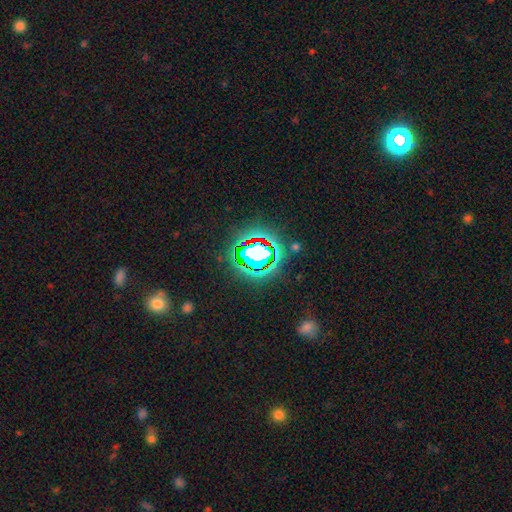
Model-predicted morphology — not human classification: Smooth or featured? star or artifact (70%)